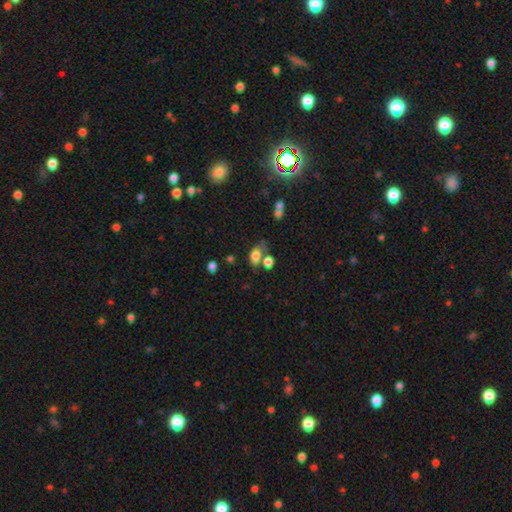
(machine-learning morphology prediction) type=smooth (75%); roundness=in between (84%); merging=none (43%).